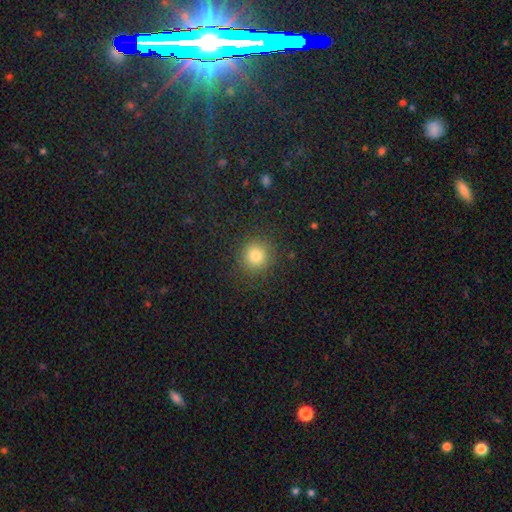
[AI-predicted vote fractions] This is likely a smooth galaxy (79%). How rounded: clearly round (92%). Merging: clearly none (89%).